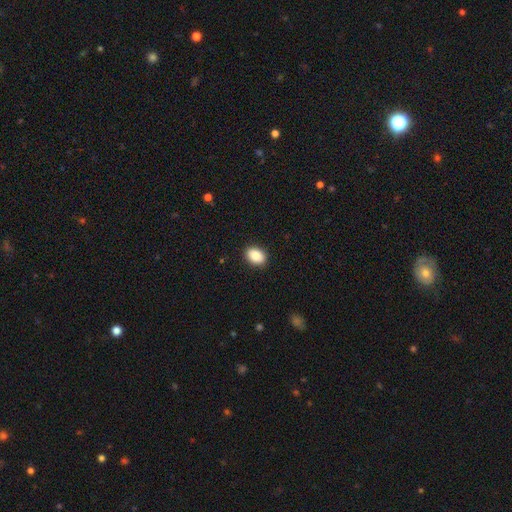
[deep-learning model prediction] Overall: smooth (86%). How rounded: in between (76%). Merging: none (90%).